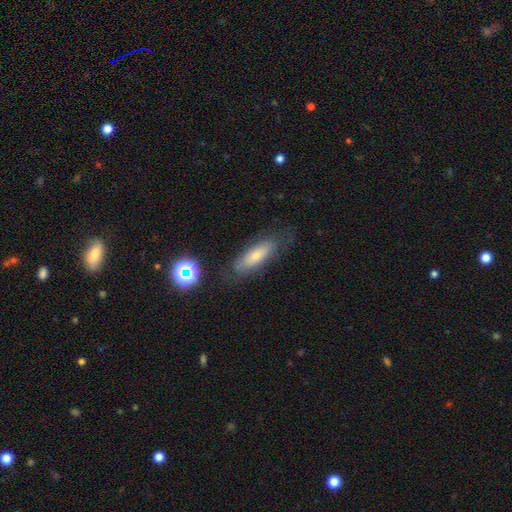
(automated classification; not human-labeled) smooth-or-featured: smooth: 59% | featured or disk: 31% | star or artifact: 10%
  how-rounded: in between: 59% | cigar-shaped: 38% | round: 3%
  merging: none: 67% | minor disturbance: 20% | major disturbance: 10% | merger: 2%